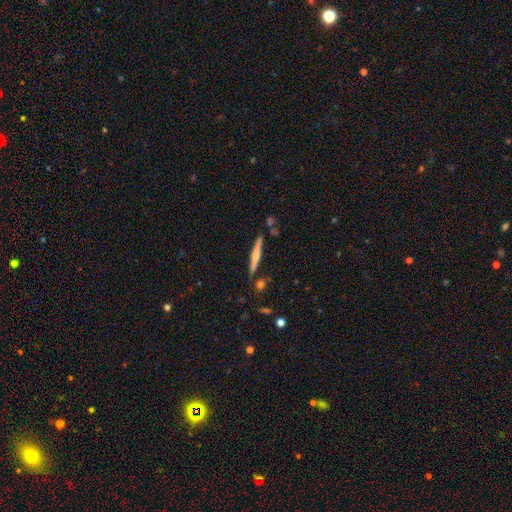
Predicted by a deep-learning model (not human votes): smooth_or_featured: featured or disk (p=0.53) [alt: smooth p=0.41]
disk_edge_on: yes (p=0.97) [alt: no p=0.03]
edge_on_bulge: rounded (p=0.67) [alt: none p=0.21]
merging: none (p=0.84) [alt: minor disturbance p=0.10]